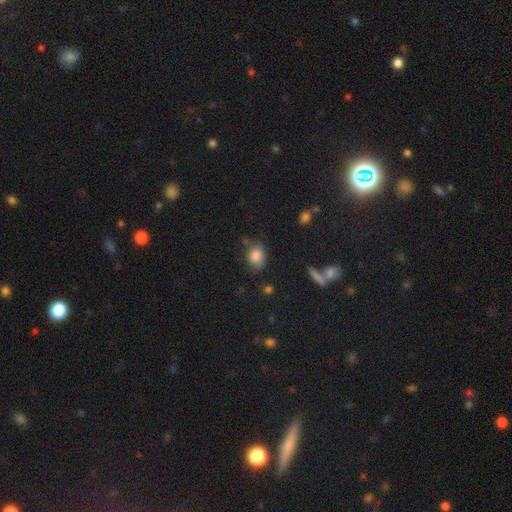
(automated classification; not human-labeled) This appears to be a smooth galaxy with no disk features (83%) that is in between round and cigar-shaped (54%). Merging: none (58%).